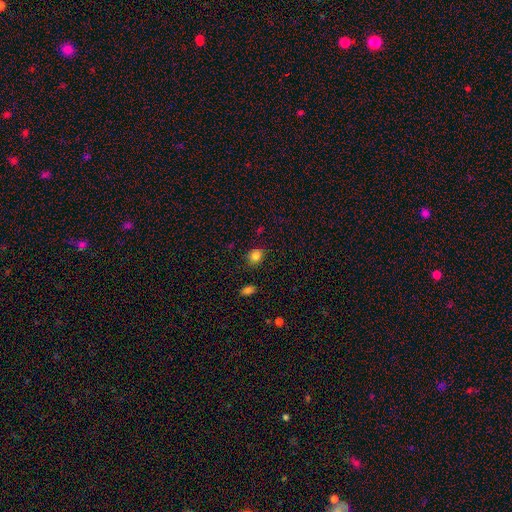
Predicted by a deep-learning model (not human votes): smooth 84%, star or artifact 11%, featured or disk 5%. Down the decision tree: how rounded — round (61%); merging — none (82%).